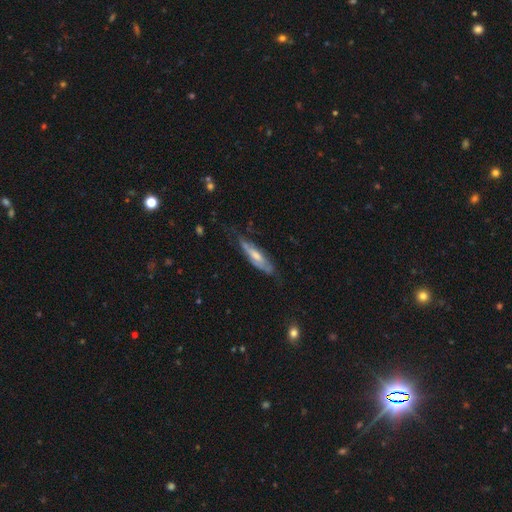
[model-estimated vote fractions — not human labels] Smooth or featured: featured or disk — 57% (smooth — 37%)
Edge-on disk: no — 54% (yes — 46%)
Merging: none — 52% (minor disturbance — 30%)